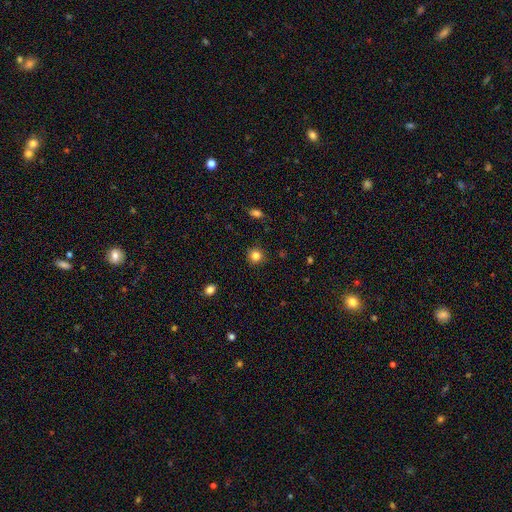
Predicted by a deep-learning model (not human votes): Smooth or featured? Predicted: smooth (p=0.83). How rounded? Predicted: round (p=0.92). Merging? Predicted: none (p=0.90).